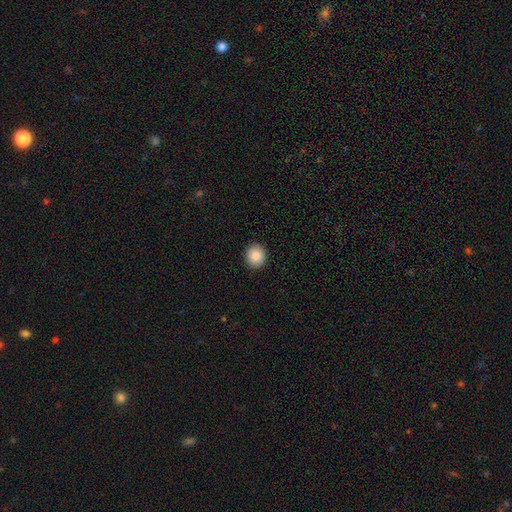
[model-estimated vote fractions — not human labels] This is clearly a smooth galaxy (87%). How rounded: clearly round (81%). Merging: clearly none (91%).